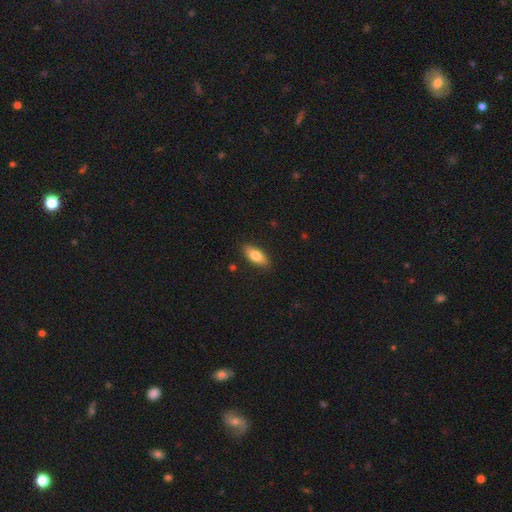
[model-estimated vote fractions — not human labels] This is likely a smooth galaxy (78%). How rounded: clearly in between (83%). Merging: clearly none (87%).